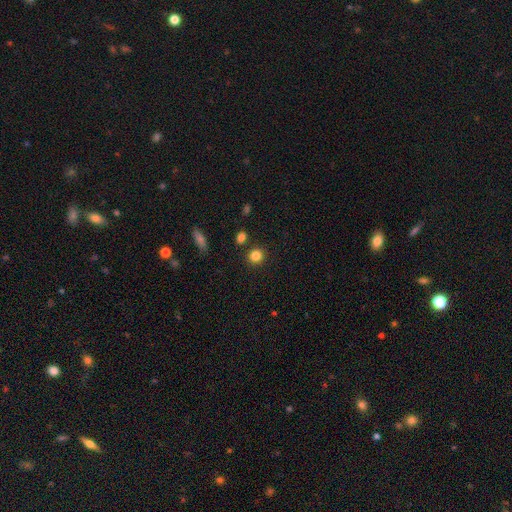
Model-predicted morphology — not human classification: smooth 84%, star or artifact 11%, featured or disk 5%. Down the decision tree: how rounded — round (89%); merging — none (86%).